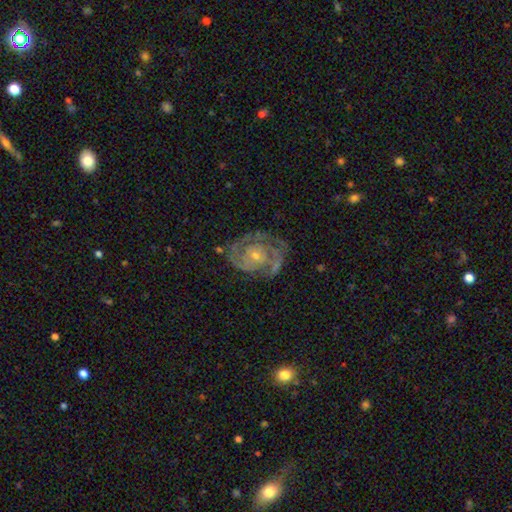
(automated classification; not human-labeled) This appears to be a featured or disk galaxy (87%) with no bar (70%), 2 (58%) tight (61%) spiral arms (95%) and a small central bulge (69%). Merging: none (66%).